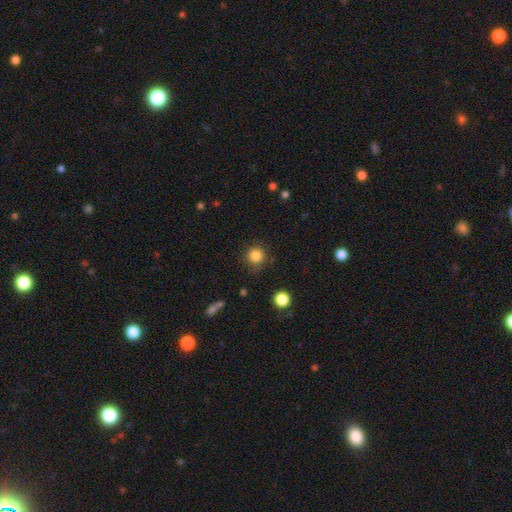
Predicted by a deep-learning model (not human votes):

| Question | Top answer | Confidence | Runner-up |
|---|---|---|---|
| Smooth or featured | smooth | 85% | star or artifact (11%) |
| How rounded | round | 93% | in between (6%) |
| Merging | none | 81% | minor disturbance (12%) |